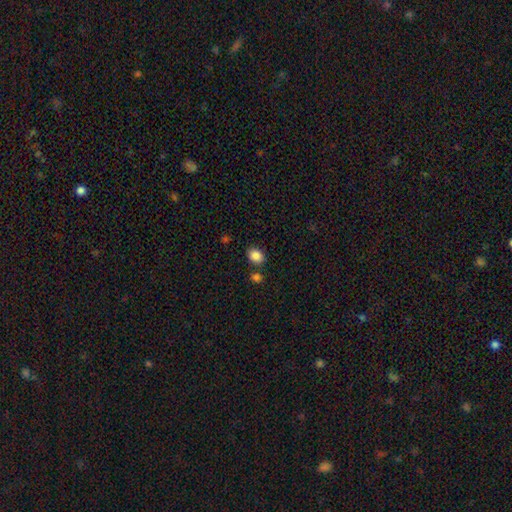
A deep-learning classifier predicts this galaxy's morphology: smooth-or-featured: smooth: 87% | star or artifact: 9% | featured or disk: 4%
  how-rounded: in between: 56% | round: 43% | cigar-shaped: 1%
  merging: none: 77% | minor disturbance: 11% | merger: 9% | major disturbance: 3%